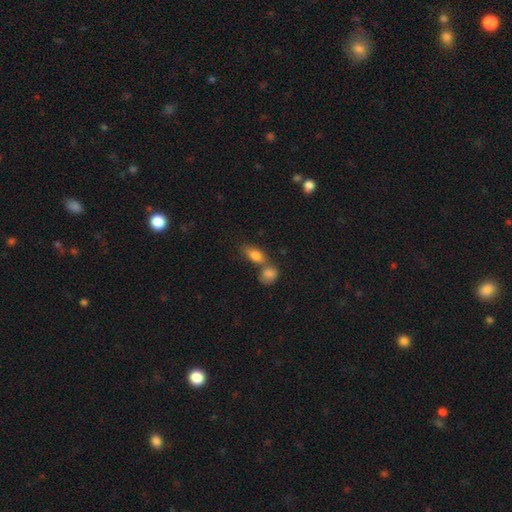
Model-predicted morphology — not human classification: smooth_or_featured: smooth (p=0.80) [alt: featured or disk p=0.12]
how_rounded: in between (p=0.81) [alt: round p=0.09]
merging: merger (p=0.42) [alt: none p=0.41]